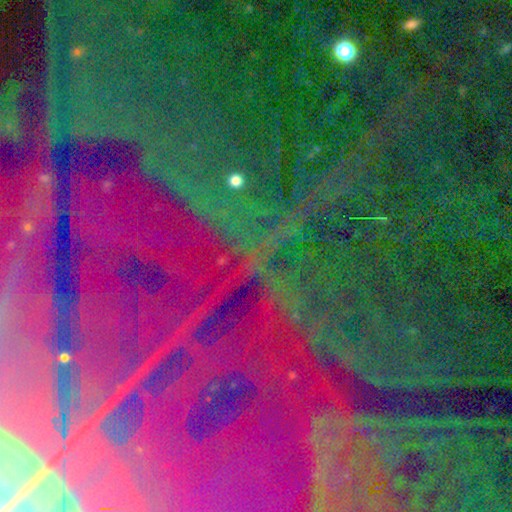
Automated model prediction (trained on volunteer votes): star or artifact 86%, featured or disk 7%, smooth 6%.